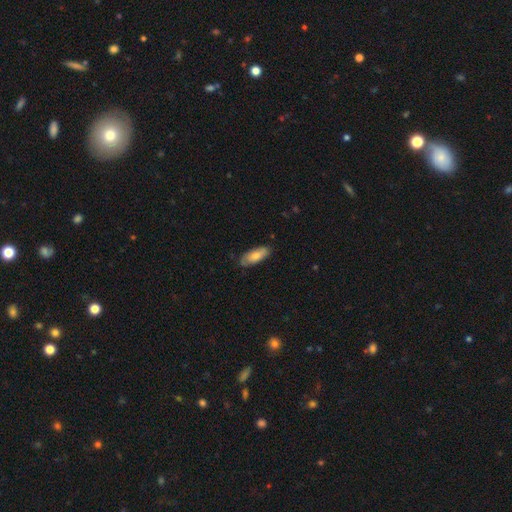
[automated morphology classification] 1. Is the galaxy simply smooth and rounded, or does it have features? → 73% smooth, 22% featured or disk, 6% star or artifact.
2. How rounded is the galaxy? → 75% in between, 23% cigar-shaped, 2% round.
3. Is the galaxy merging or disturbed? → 79% none, 17% minor disturbance, 3% major disturbance, 1% merger.